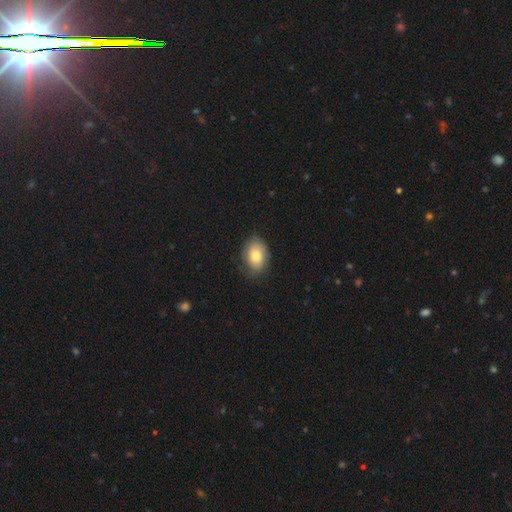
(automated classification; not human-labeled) This appears to be a smooth galaxy with no disk features (75%) that is in between round and cigar-shaped (79%). Merging: none (76%).